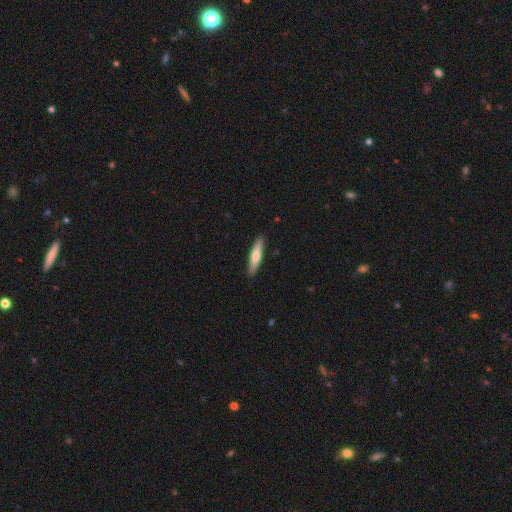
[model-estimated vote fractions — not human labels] Q: Smooth or featured?
A: smooth (59%); runner-up: featured or disk (36%)
Q: How rounded?
A: cigar-shaped (87%); runner-up: in between (12%)
Q: Merging?
A: none (90%); runner-up: minor disturbance (7%)